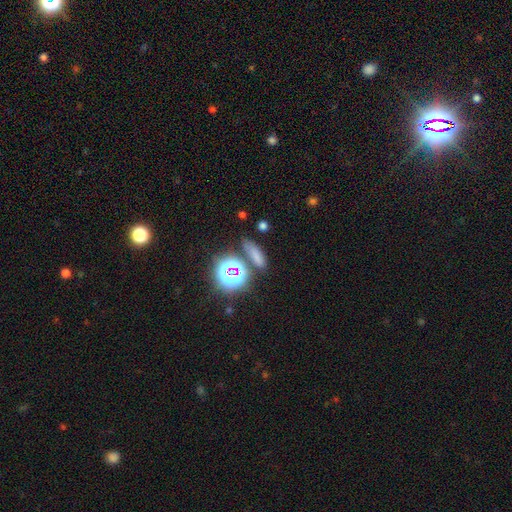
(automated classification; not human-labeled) Q: Smooth or featured?
A: smooth (62%); runner-up: star or artifact (29%)
Q: How rounded?
A: in between (46%); runner-up: cigar-shaped (34%)
Q: Merging?
A: none (70%); runner-up: minor disturbance (15%)